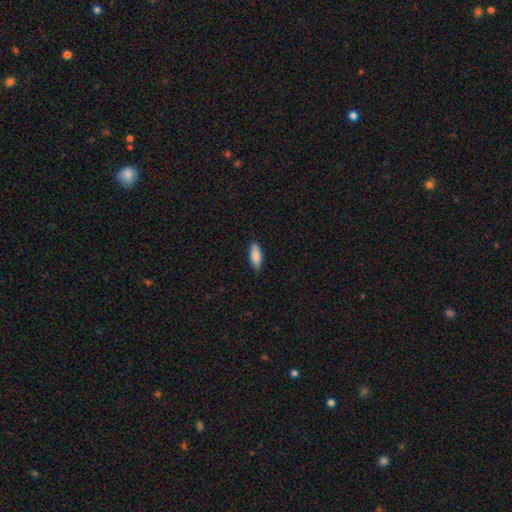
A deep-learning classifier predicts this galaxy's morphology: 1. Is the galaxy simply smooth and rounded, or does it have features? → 87% smooth, 7% featured or disk, 6% star or artifact.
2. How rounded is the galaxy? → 78% in between, 20% cigar-shaped, 2% round.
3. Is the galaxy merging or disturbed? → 87% none, 10% minor disturbance, 2% major disturbance, 1% merger.